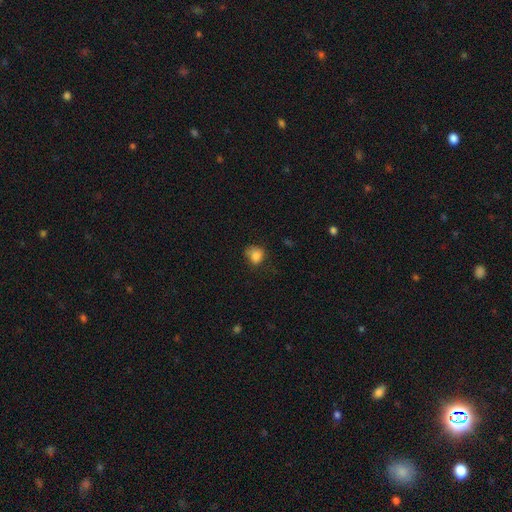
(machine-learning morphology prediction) Smooth or featured?
  - smooth: 84% *
  - star or artifact: 10%
  - featured or disk: 6%
How rounded?
  - round: 66% *
  - in between: 33%
  - cigar-shaped: 1%
Merging?
  - none: 58% *
  - minor disturbance: 29%
  - major disturbance: 11%
  - merger: 2%